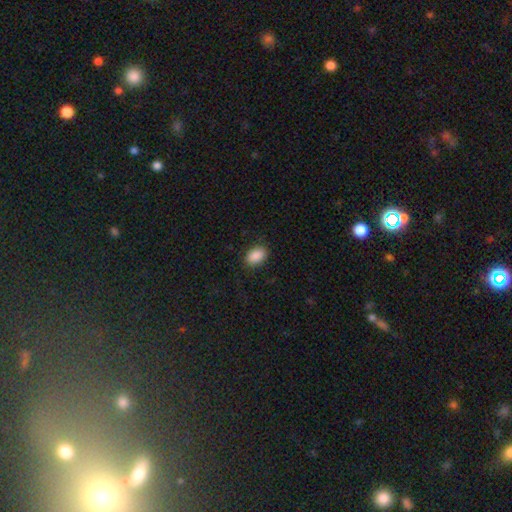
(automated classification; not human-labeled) Morphology: type=smooth (89%); roundness=in between (84%); merging=none (86%).